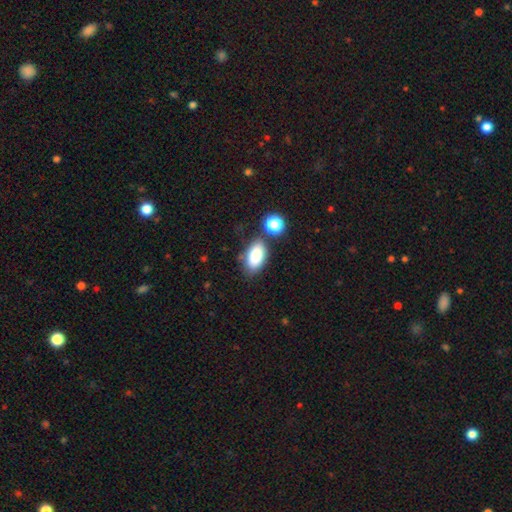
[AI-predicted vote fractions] Morphology: type=smooth (85%); roundness=in between (92%); merging=none (69%).